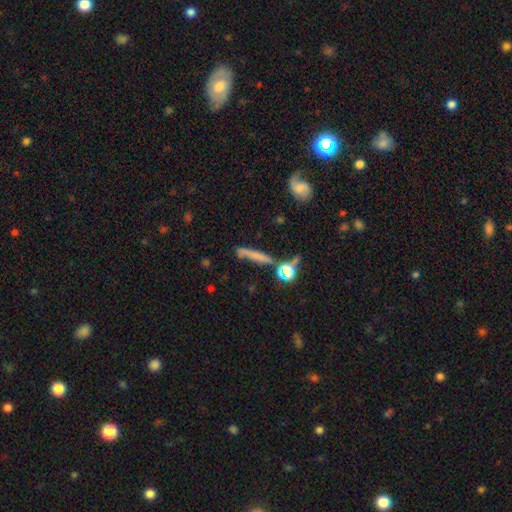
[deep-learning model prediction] Smooth or featured? Predicted: smooth (p=0.56). How rounded? Predicted: cigar-shaped (p=0.87). Merging? Predicted: none (p=0.67).